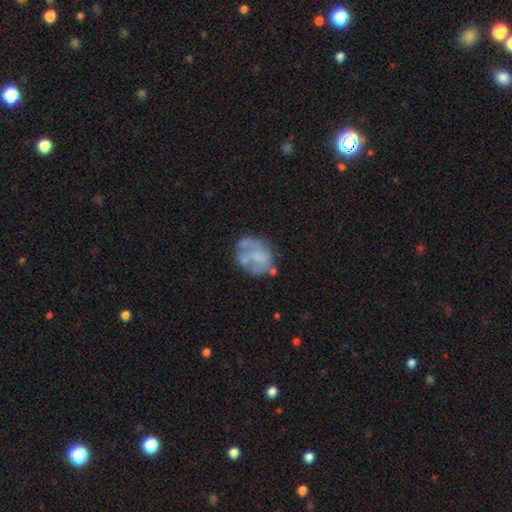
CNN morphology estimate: type=featured or disk (61%); edge-on=no (98%); bar=no (83%); spiral arms=no (74%); bulge=none (55%); merging=none (54%).